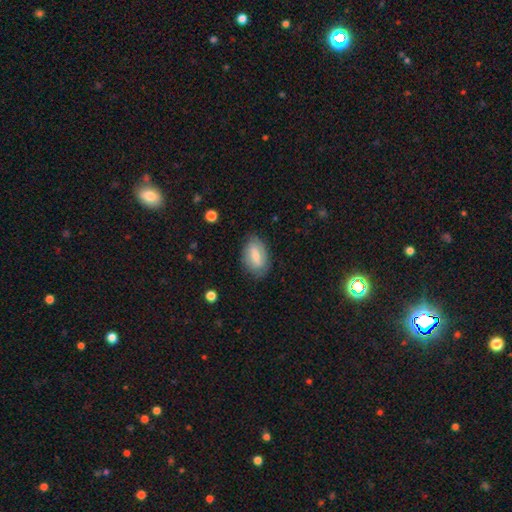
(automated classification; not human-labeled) A smooth galaxy with no disk features (64%) that is in between round and cigar-shaped (91%). Merging: none (78%).